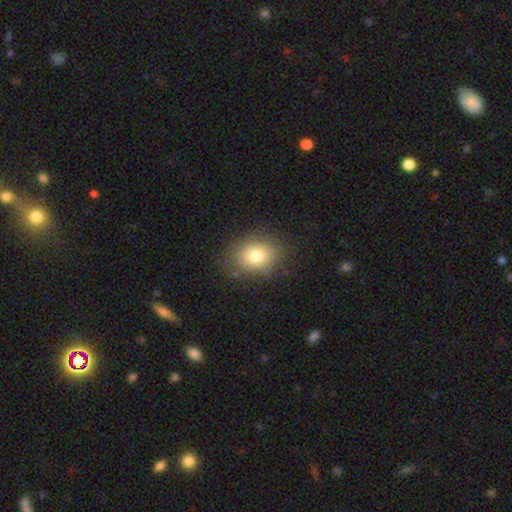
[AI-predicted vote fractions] This appears to be a smooth galaxy with no disk features (80%) that is in between round and cigar-shaped (56%). Merging: none (83%).